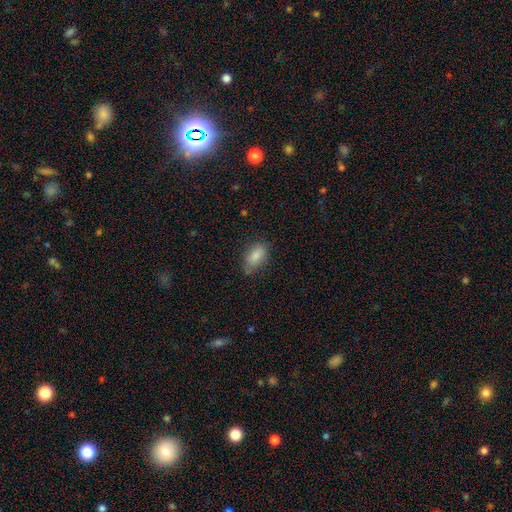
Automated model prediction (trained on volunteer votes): smooth-or-featured: smooth: 82% | star or artifact: 9% | featured or disk: 9%
  how-rounded: in between: 88% | round: 7% | cigar-shaped: 5%
  merging: none: 72% | minor disturbance: 21% | major disturbance: 4% | merger: 2%